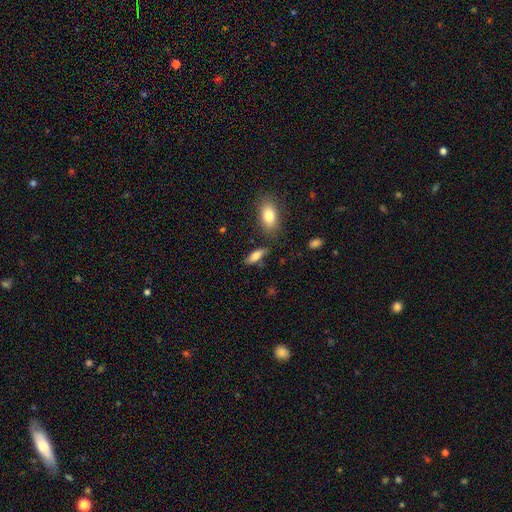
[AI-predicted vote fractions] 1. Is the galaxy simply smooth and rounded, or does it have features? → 76% smooth, 16% featured or disk, 7% star or artifact.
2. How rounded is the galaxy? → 72% in between, 25% cigar-shaped, 3% round.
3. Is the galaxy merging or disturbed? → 72% none, 17% minor disturbance, 6% merger, 5% major disturbance.